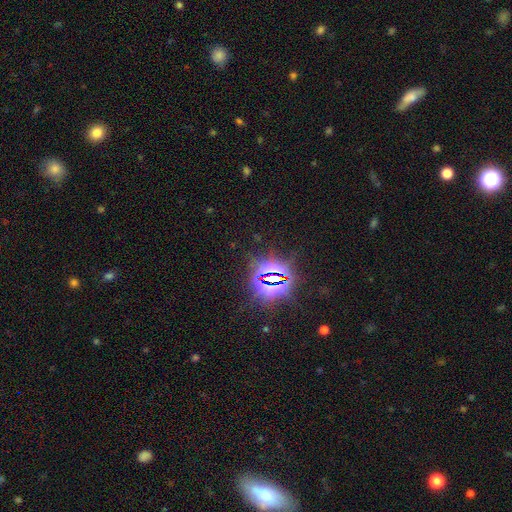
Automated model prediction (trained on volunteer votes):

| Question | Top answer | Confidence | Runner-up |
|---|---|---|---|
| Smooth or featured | star or artifact | 80% | smooth (13%) |